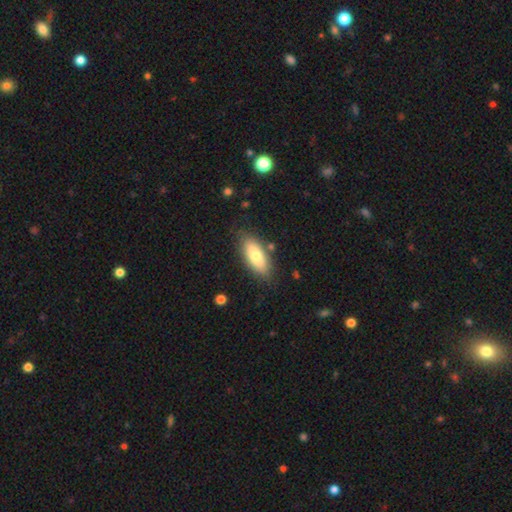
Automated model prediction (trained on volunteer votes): A smooth galaxy with no disk features (75%) that is in between round and cigar-shaped (80%). Merging: none (82%).